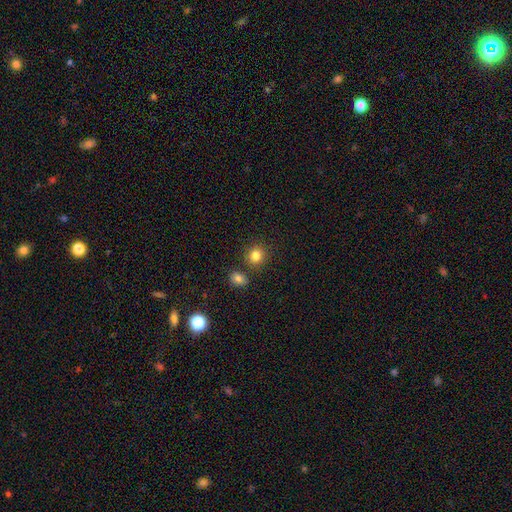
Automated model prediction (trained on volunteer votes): Morphology: type=smooth (82%); roundness=round (86%); merging=none (81%).